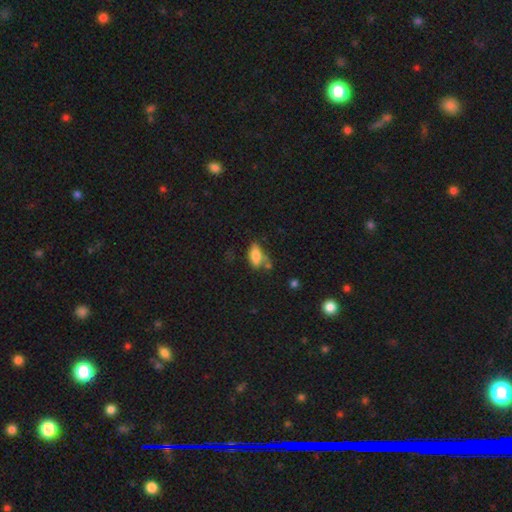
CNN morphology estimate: Smooth or featured: smooth — 80% (featured or disk — 12%)
How rounded: in between — 84% (cigar-shaped — 12%)
Merging: none — 48% (minor disturbance — 23%)